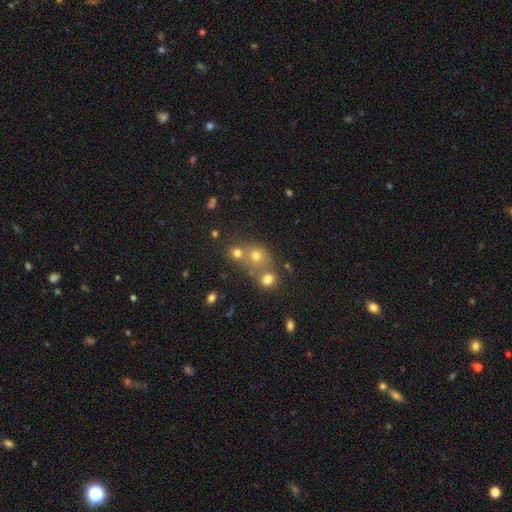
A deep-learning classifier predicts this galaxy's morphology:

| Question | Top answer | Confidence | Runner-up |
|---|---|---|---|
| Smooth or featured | smooth | 59% | star or artifact (26%) |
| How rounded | round | 80% | in between (19%) |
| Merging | none | 46% | merger (43%) |